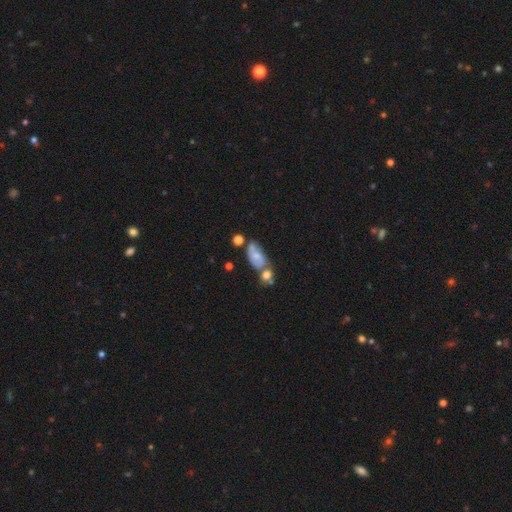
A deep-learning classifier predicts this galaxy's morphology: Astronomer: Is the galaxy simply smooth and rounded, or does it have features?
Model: smooth — 48% (runner-up: featured or disk, 42%).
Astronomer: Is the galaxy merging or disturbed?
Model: merger — 35%, tied with none at 35%.